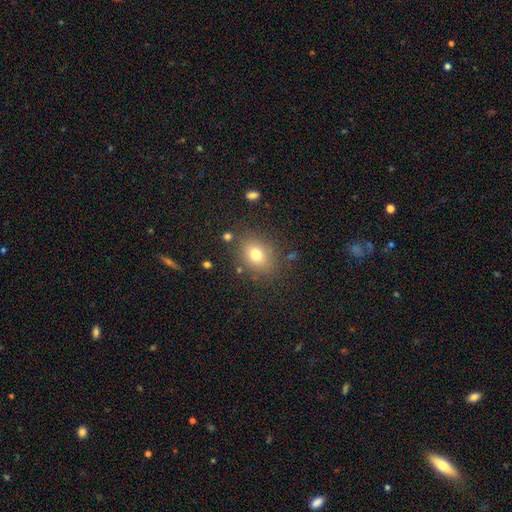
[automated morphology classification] Smooth or featured?
  - smooth: 74% *
  - star or artifact: 15%
  - featured or disk: 12%
How rounded?
  - in between: 50% *
  - round: 49%
  - cigar-shaped: 1%
Merging?
  - none: 83% *
  - minor disturbance: 10%
  - major disturbance: 3%
  - merger: 3%